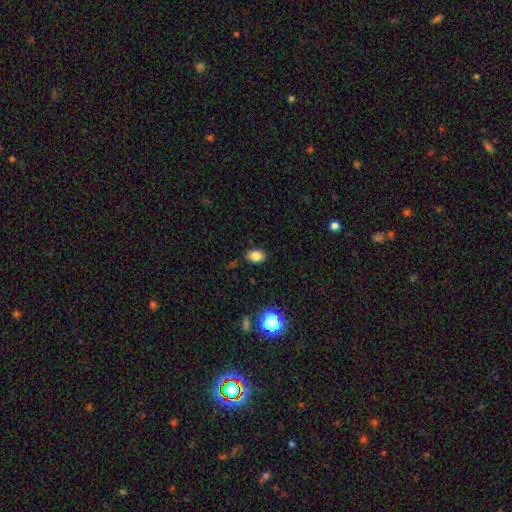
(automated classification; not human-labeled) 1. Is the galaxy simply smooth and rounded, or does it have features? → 82% smooth, 11% star or artifact, 7% featured or disk.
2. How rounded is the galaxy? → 80% in between, 19% round, 1% cigar-shaped.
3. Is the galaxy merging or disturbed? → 85% none, 11% minor disturbance, 2% major disturbance, 2% merger.